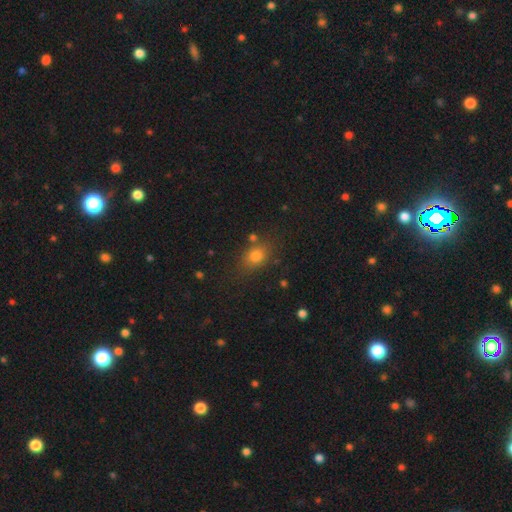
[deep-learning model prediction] smooth 76%, star or artifact 14%, featured or disk 10%. Down the decision tree: how rounded — in between (59%); merging — none (74%).